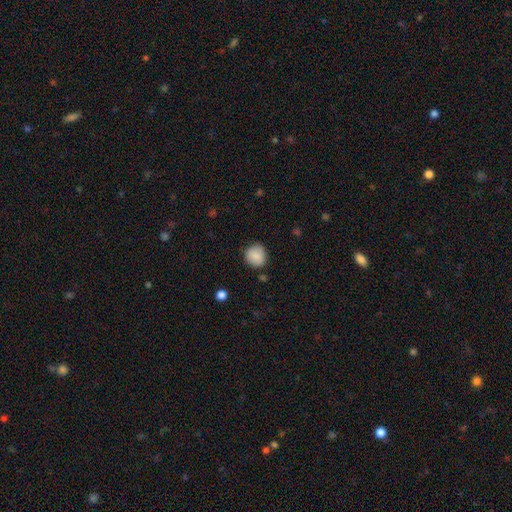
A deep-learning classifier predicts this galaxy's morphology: Q: Smooth or featured?
A: smooth (86%); runner-up: star or artifact (8%)
Q: How rounded?
A: round (85%); runner-up: in between (14%)
Q: Merging?
A: none (81%); runner-up: minor disturbance (14%)